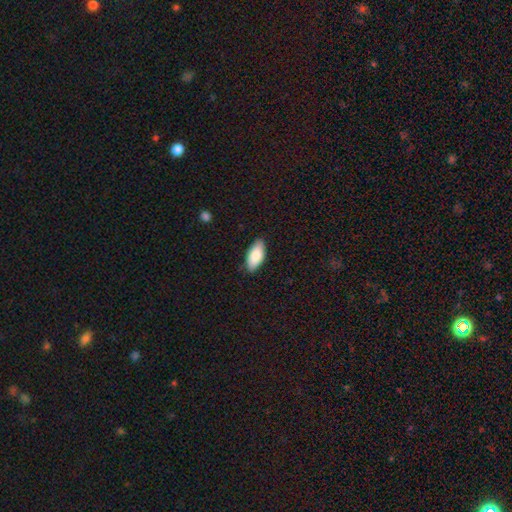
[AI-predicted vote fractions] smooth-or-featured: smooth: 85% | featured or disk: 9% | star or artifact: 6%
  how-rounded: in between: 90% | cigar-shaped: 8% | round: 2%
  merging: none: 85% | minor disturbance: 12% | major disturbance: 2% | merger: 1%